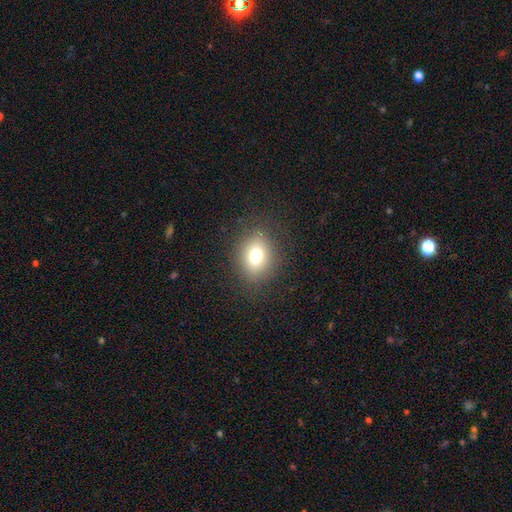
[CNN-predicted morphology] smooth 74%, star or artifact 14%, featured or disk 12%. Down the decision tree: how rounded — round (56%); merging — none (84%).